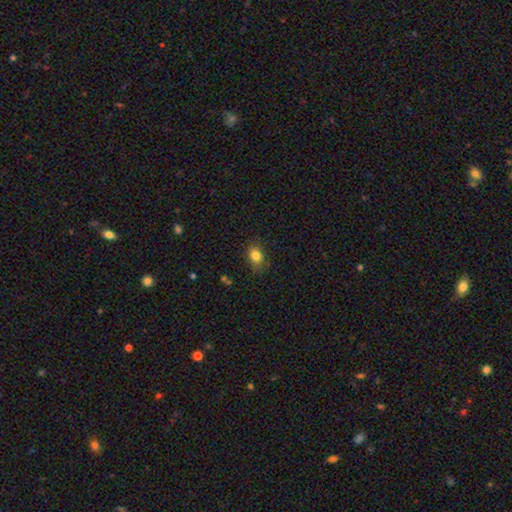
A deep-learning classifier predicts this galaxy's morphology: smooth-or-featured: smooth: 82% | star or artifact: 10% | featured or disk: 7%
  how-rounded: in between: 67% | round: 31% | cigar-shaped: 1%
  merging: none: 81% | minor disturbance: 14% | major disturbance: 3% | merger: 1%